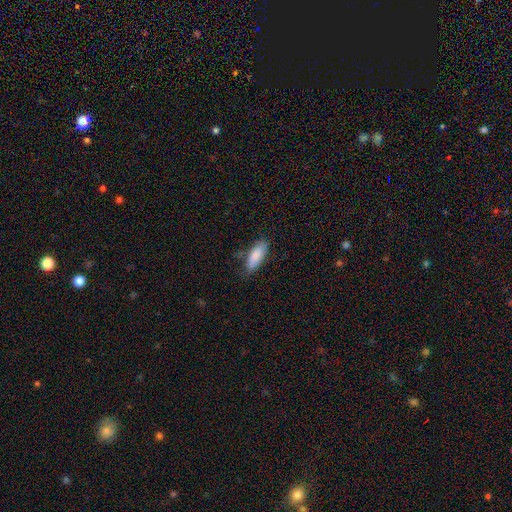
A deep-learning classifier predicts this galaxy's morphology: Smooth or featured: smooth — 85% (featured or disk — 9%)
How rounded: in between — 72% (cigar-shaped — 26%)
Merging: none — 70% (minor disturbance — 22%)